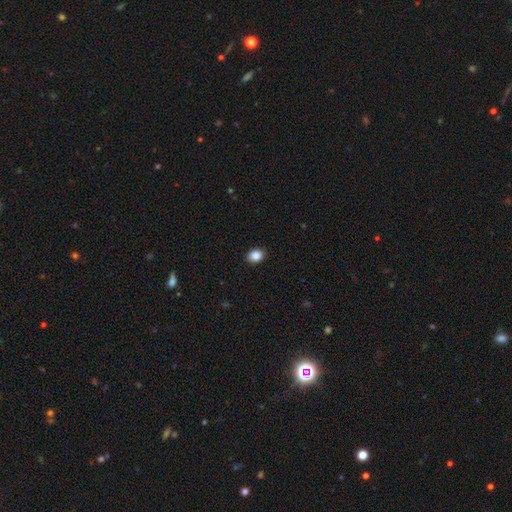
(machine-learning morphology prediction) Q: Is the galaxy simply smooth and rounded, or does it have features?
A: smooth — 85%.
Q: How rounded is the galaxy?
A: in between — 52%.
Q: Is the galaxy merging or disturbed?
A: none — 91%.